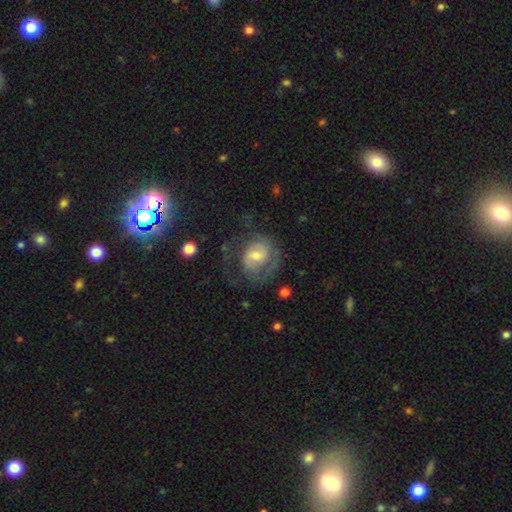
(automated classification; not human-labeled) smooth-or-featured: featured or disk: 73% | smooth: 20% | star or artifact: 7%
  disk-edge-on: no: 98% | yes: 2%
    bar: weak: 50% | no: 41% | strong: 9%
    has-spiral-arms: yes: 87% | no: 13%
      spiral-winding: tight: 43% | medium: 41% | loose: 16%
      spiral-arm-count: 2: 48% | can't tell: 27% | 1: 11% | 3: 8% | 4: 3% | more than 4: 3%
    bulge-size: moderate: 48% | small: 42% | large: 6% | none: 4% | dominant: 1%
  merging: none: 53% | major disturbance: 24% | minor disturbance: 21% | merger: 2%